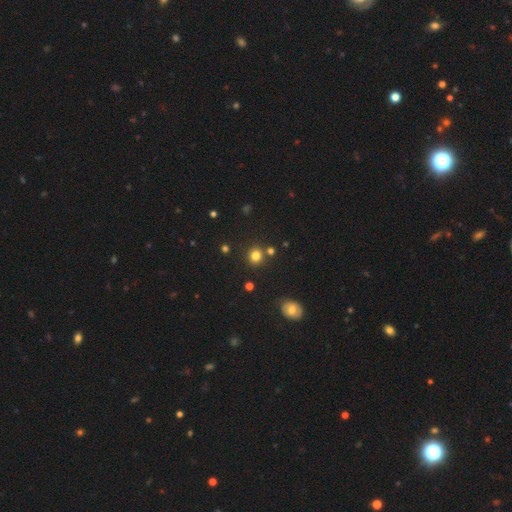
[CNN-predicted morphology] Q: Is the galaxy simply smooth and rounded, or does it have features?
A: smooth — 78%.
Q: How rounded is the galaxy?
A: round — 88%.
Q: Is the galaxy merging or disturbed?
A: none — 81%.